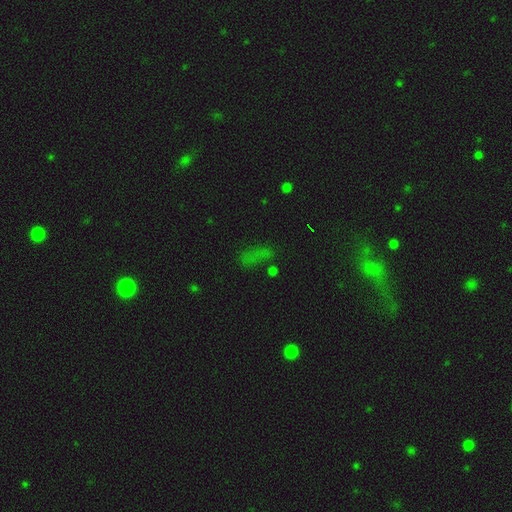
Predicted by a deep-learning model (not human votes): Smooth or featured? Predicted: star or artifact (p=0.45).